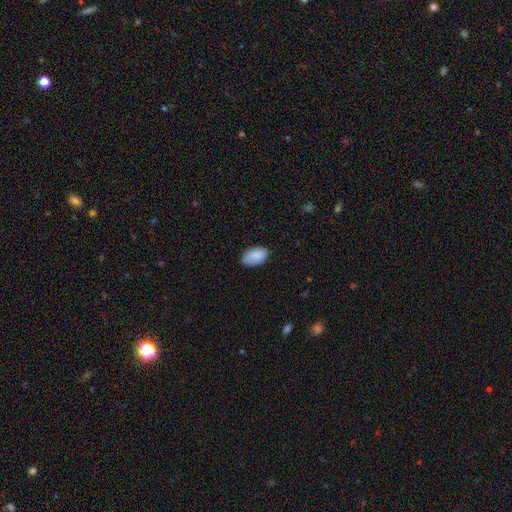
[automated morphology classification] The model was most divided on "merging": none: 79%, minor disturbance: 17%, major disturbance: 3%, merger: 1%. More confident: how rounded — in between (95%); smooth or featured — smooth (89%).